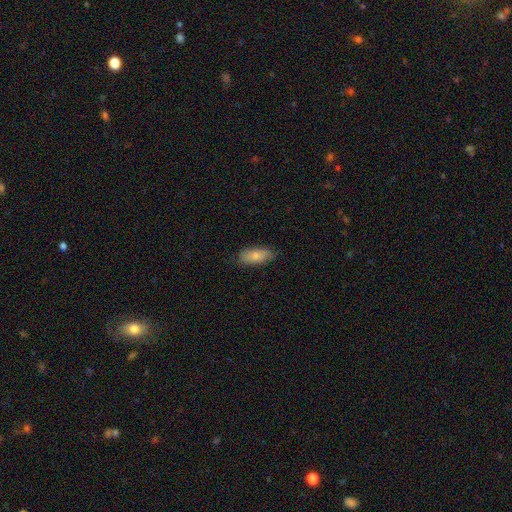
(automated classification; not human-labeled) Q: Smooth or featured?
A: smooth (80%); runner-up: featured or disk (14%)
Q: How rounded?
A: in between (86%); runner-up: cigar-shaped (12%)
Q: Merging?
A: none (79%); runner-up: minor disturbance (17%)